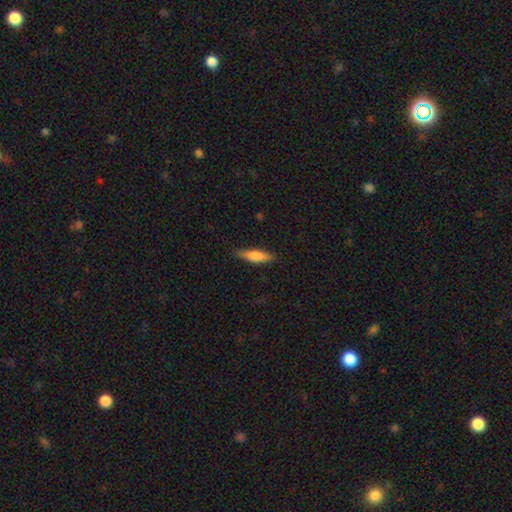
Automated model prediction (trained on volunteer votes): smooth_or_featured: smooth (p=0.71) [alt: featured or disk p=0.23]
how_rounded: cigar-shaped (p=0.68) [alt: in between p=0.30]
merging: none (p=0.85) [alt: minor disturbance p=0.11]